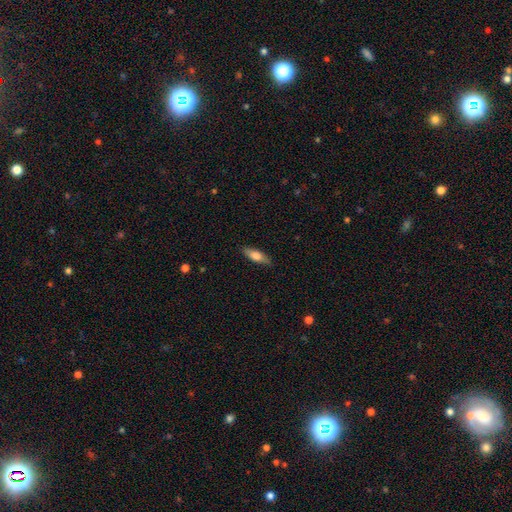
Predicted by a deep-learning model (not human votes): smooth-or-featured: smooth: 70% | featured or disk: 24% | star or artifact: 6%
  how-rounded: in between: 54% | cigar-shaped: 44% | round: 2%
  merging: none: 86% | minor disturbance: 11% | major disturbance: 2% | merger: 1%